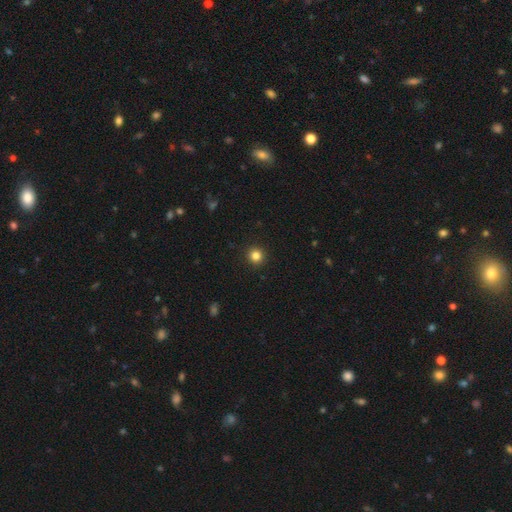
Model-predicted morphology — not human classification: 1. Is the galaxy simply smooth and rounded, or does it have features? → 83% smooth, 12% star or artifact, 5% featured or disk.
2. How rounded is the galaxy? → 94% round, 5% in between, 1% cigar-shaped.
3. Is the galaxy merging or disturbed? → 93% none, 4% minor disturbance, 2% major disturbance, 1% merger.